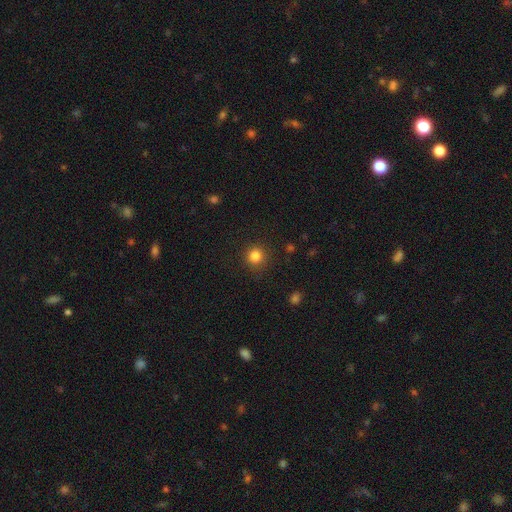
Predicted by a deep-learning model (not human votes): Morphology: type=smooth (83%); roundness=round (93%); merging=none (88%).